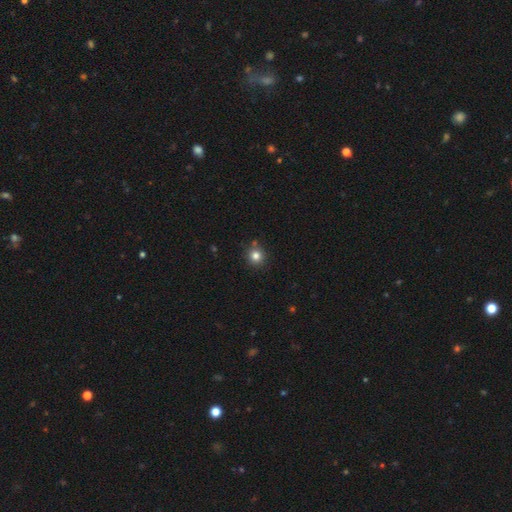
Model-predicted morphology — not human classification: type=smooth (81%); roundness=round (92%); merging=none (83%).